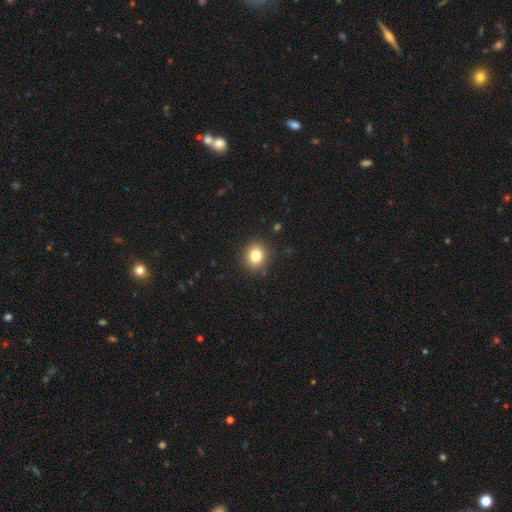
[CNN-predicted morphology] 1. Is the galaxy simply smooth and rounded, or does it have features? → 80% smooth, 12% star or artifact, 8% featured or disk.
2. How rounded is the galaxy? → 81% round, 18% in between, 1% cigar-shaped.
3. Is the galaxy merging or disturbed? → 89% none, 7% minor disturbance, 2% major disturbance, 1% merger.